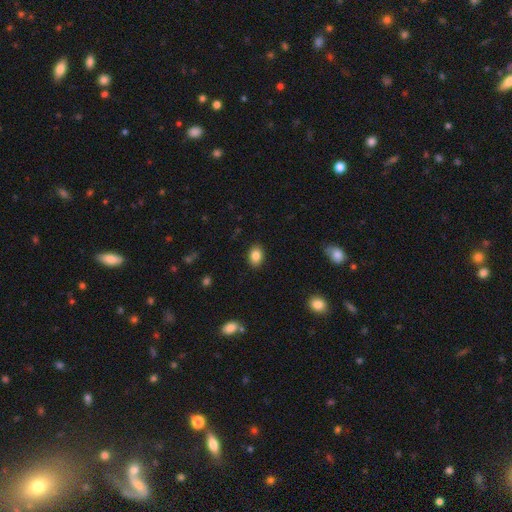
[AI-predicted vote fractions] Q: Smooth or featured?
A: smooth (85%); runner-up: star or artifact (9%)
Q: How rounded?
A: in between (74%); runner-up: round (25%)
Q: Merging?
A: none (89%); runner-up: minor disturbance (8%)